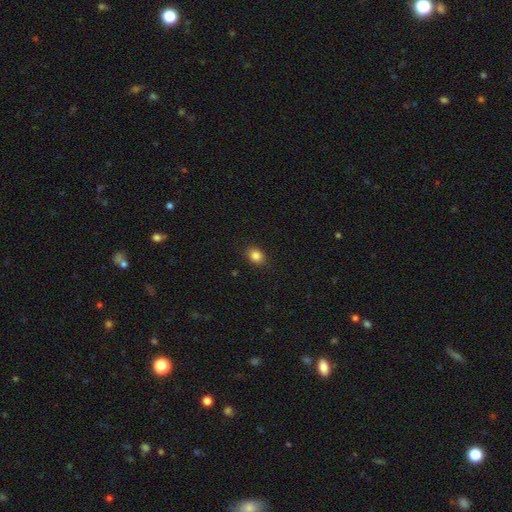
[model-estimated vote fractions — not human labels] A smooth galaxy with no disk features (85%) that is in between round and cigar-shaped (60%).

Vote fractions:
- Smooth or featured? smooth: 85% / star or artifact: 10% / featured or disk: 5%
- How rounded? in between: 60% / round: 39% / cigar-shaped: 1%
- Merging? none: 88% / minor disturbance: 8% / major disturbance: 2% / merger: 1%